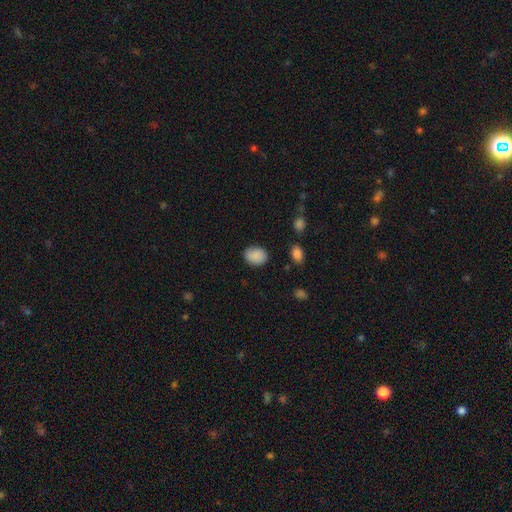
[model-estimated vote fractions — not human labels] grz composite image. It shows a smooth galaxy with no disk features (87%) that is in between round and cigar-shaped (62%). Merging: none (83%).